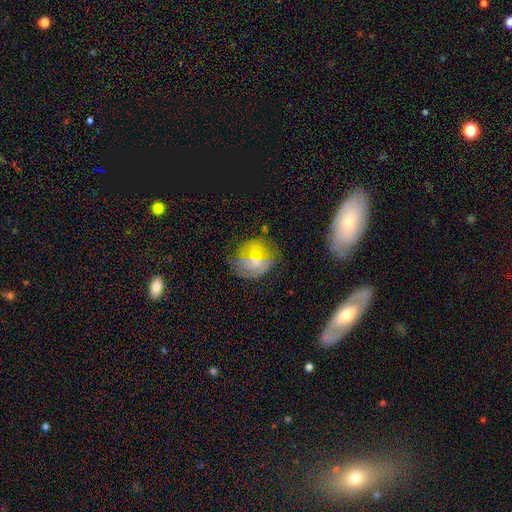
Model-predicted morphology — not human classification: This is possibly a smooth galaxy (47%). Merging: likely none (66%).